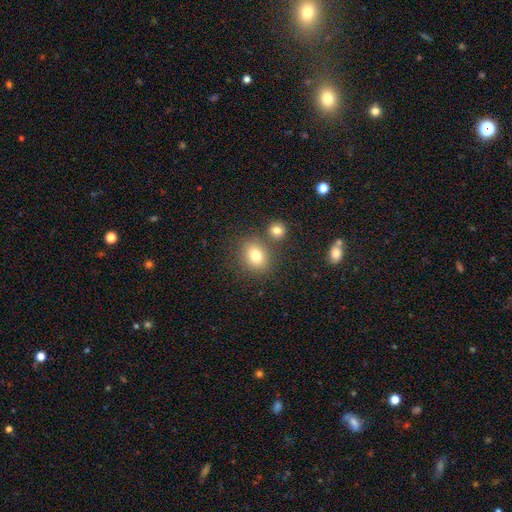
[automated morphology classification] Smooth or featured?
  - smooth: 78% *
  - star or artifact: 12%
  - featured or disk: 10%
How rounded?
  - round: 59% *
  - in between: 40%
  - cigar-shaped: 1%
Merging?
  - none: 70% *
  - merger: 16%
  - minor disturbance: 10%
  - major disturbance: 4%